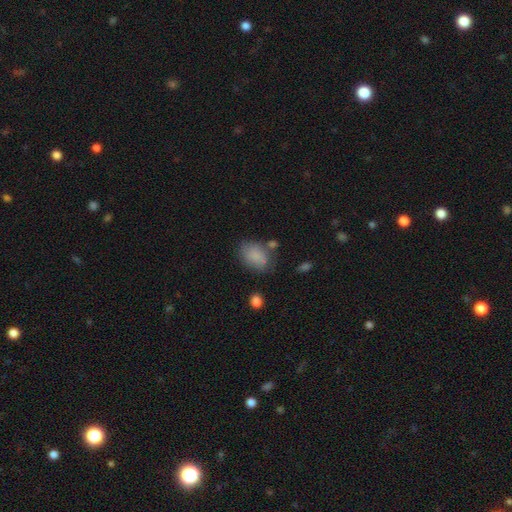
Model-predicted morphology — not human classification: Smooth or featured? Predicted: smooth (p=0.82). How rounded? Predicted: in between (p=0.80). Merging? Predicted: none (p=0.59).